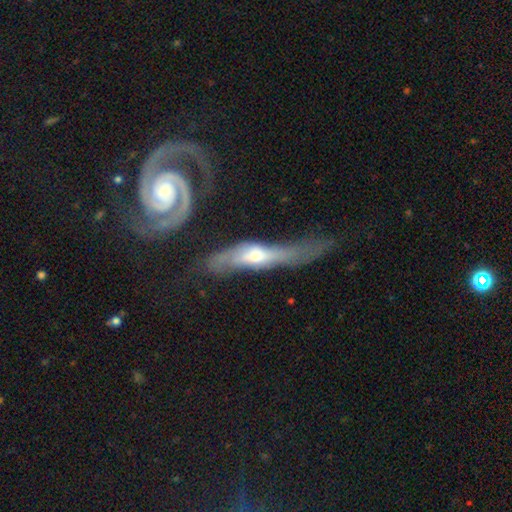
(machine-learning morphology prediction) featured or disk 59%, smooth 34%, star or artifact 7%. Down the decision tree: edge-on disk — yes (62%); merging — none (36%).